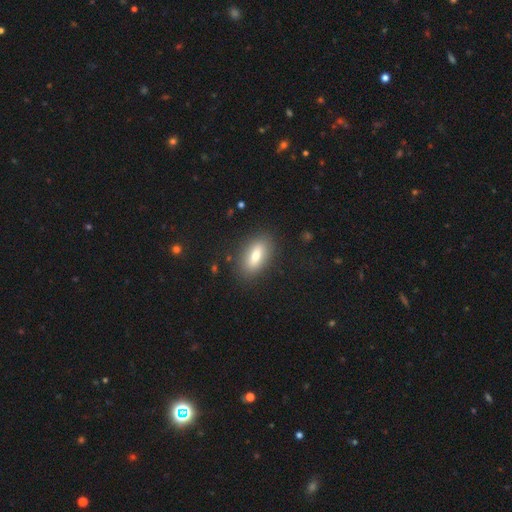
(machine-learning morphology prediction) This is likely a smooth galaxy (72%). How rounded: clearly in between (82%). Merging: clearly none (86%).